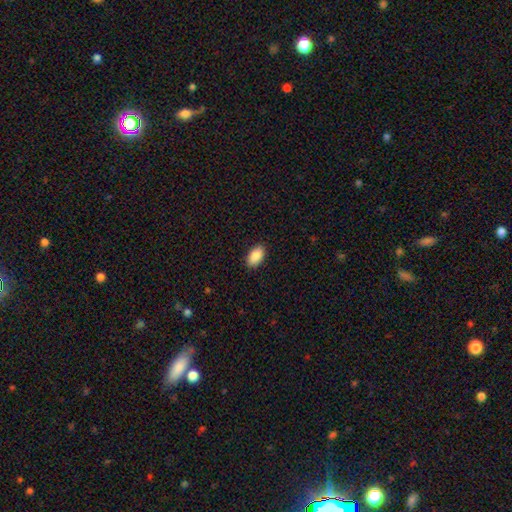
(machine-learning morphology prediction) Q: Smooth or featured?
A: smooth (90%); runner-up: star or artifact (7%)
Q: How rounded?
A: in between (95%); runner-up: round (4%)
Q: Merging?
A: none (89%); runner-up: minor disturbance (8%)